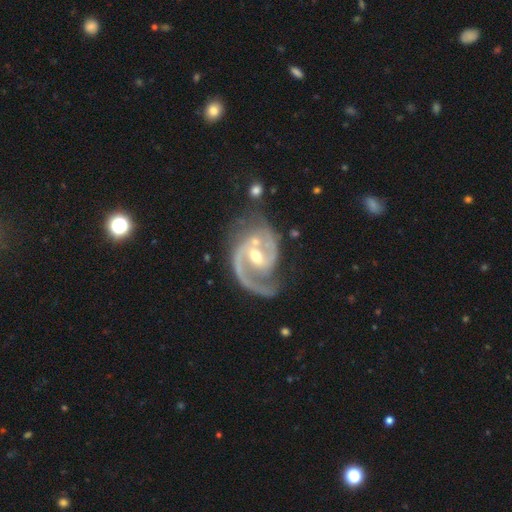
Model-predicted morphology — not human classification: featured or disk 92%, star or artifact 4%, smooth 3%. Down the decision tree: edge-on disk — no (98%); bar — weak (47%); spiral arms — yes (98%); spiral arm count — 2 (84%); spiral winding — medium (59%); bulge size — moderate (61%); merging — none (56%).